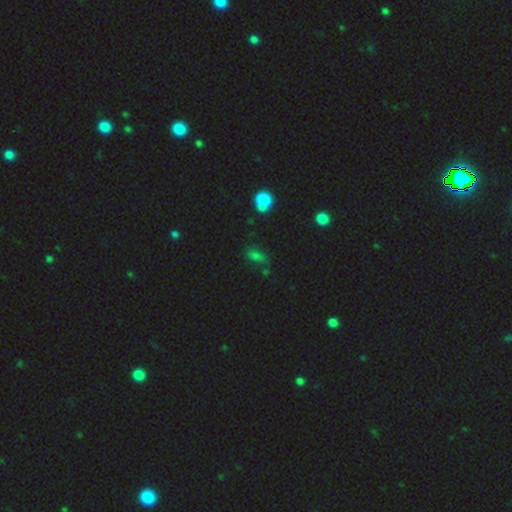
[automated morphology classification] Smooth or featured: smooth — 64% (star or artifact — 25%)
How rounded: in between — 76% (round — 16%)
Merging: none — 55% (minor disturbance — 22%)